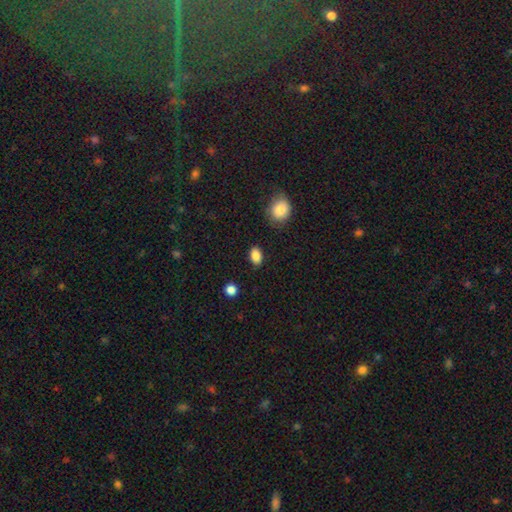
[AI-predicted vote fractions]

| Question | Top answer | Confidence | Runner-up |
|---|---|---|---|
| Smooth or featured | smooth | 87% | star or artifact (9%) |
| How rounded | in between | 85% | round (13%) |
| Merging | none | 86% | minor disturbance (10%) |